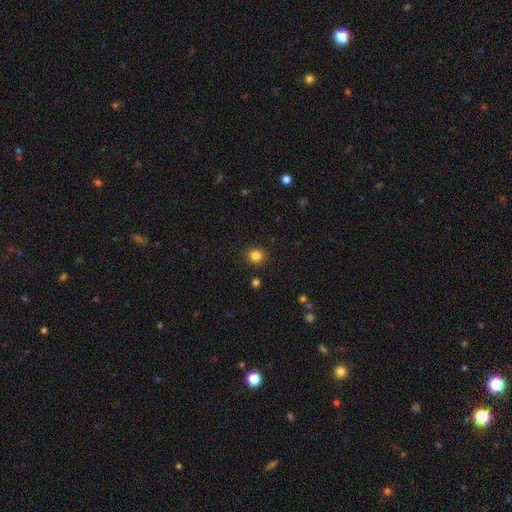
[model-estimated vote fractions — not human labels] This appears to be a smooth galaxy with no disk features (83%) that is round (84%). Merging: none (90%).